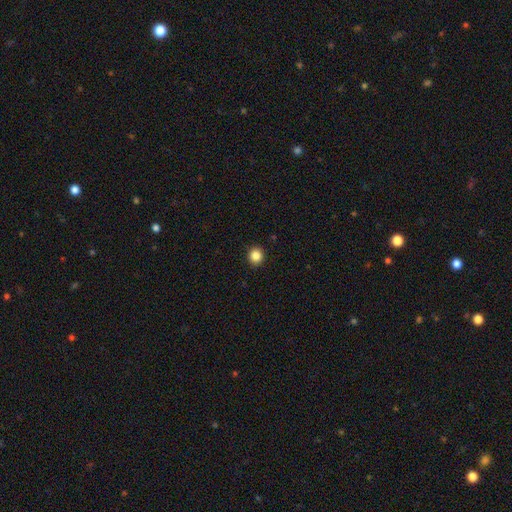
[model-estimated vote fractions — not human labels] Smooth or featured? Predicted: smooth (p=0.86). How rounded? Predicted: round (p=0.89). Merging? Predicted: none (p=0.93).